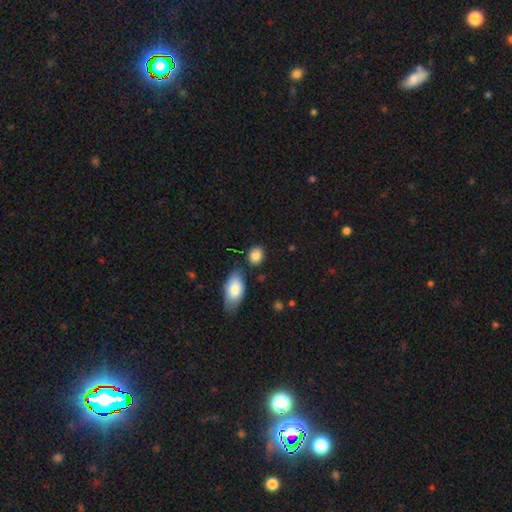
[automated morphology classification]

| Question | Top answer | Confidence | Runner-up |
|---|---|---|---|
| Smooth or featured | smooth | 86% | star or artifact (8%) |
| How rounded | round | 53% | in between (45%) |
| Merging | none | 76% | minor disturbance (13%) |